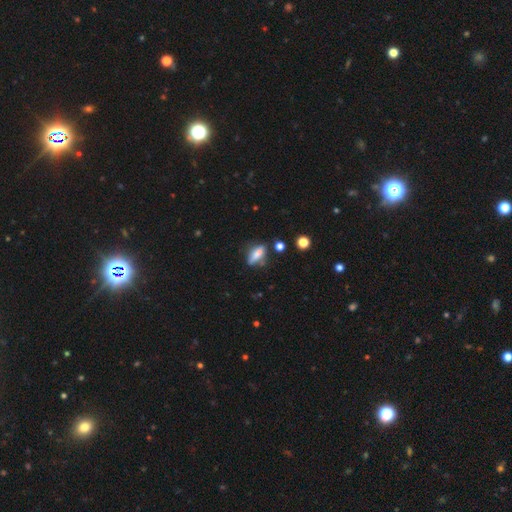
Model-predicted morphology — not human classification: smooth_or_featured: smooth (p=0.67) [alt: featured or disk p=0.23]
how_rounded: in between (p=0.58) [alt: cigar-shaped p=0.37]
merging: none (p=0.58) [alt: minor disturbance p=0.26]